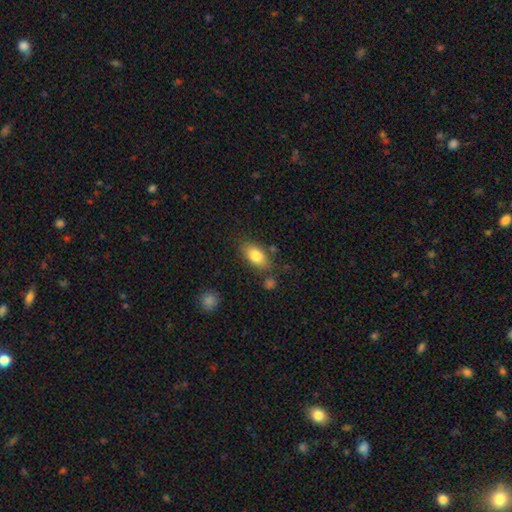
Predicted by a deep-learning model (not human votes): The model was most divided on "merging": none: 74%, minor disturbance: 16%, merger: 6%, major disturbance: 4%. More confident: how rounded — in between (89%); smooth or featured — smooth (81%).